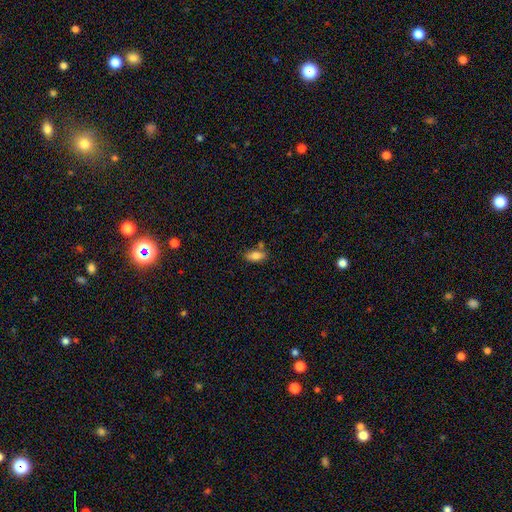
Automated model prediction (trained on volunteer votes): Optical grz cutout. It shows a smooth galaxy with no disk features (79%) that is in between round and cigar-shaped (86%). Merging: none (72%).